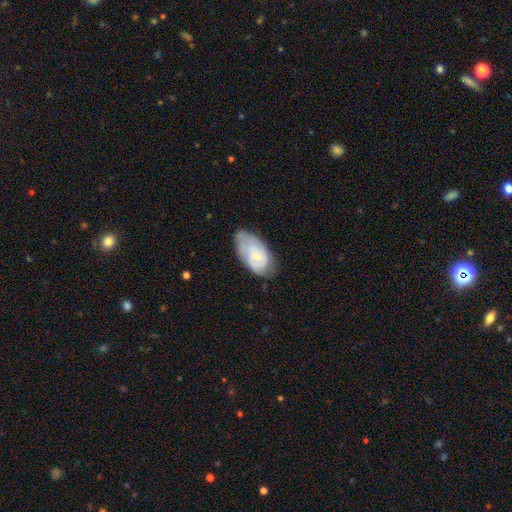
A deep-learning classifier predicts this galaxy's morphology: Smooth or featured? smooth (53%)
How rounded? in between (94%)
Merging? none (50%)